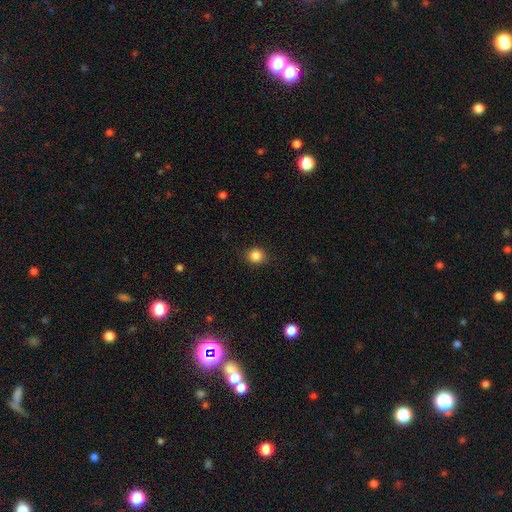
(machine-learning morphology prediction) type=smooth (85%); roundness=round (82%); merging=none (88%).